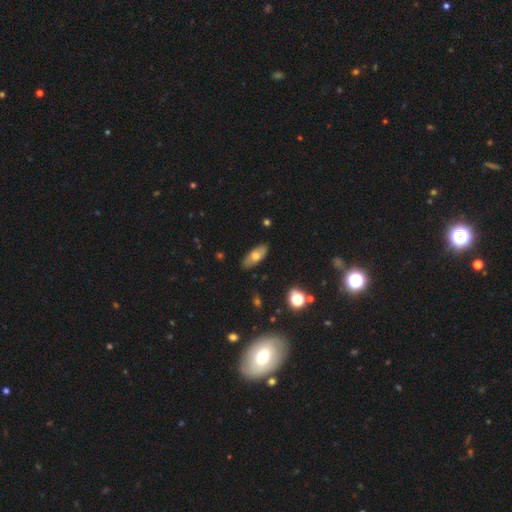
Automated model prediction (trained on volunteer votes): This appears to be a smooth galaxy with no disk features (65%) that is in between round and cigar-shaped (84%). Merging: none (86%).